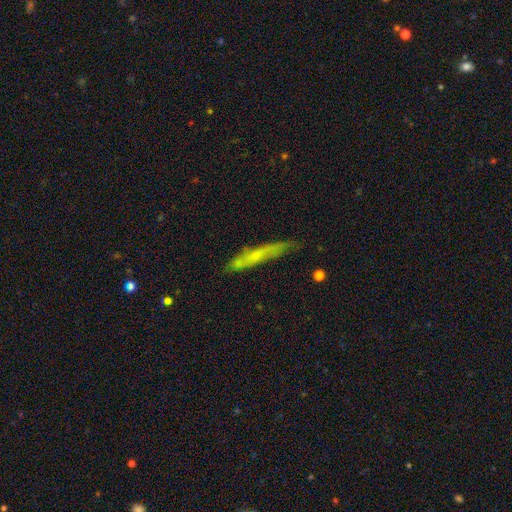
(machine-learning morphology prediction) smooth_or_featured: featured or disk (p=0.47) [alt: smooth p=0.46]
merging: none (p=0.72) [alt: minor disturbance p=0.21]